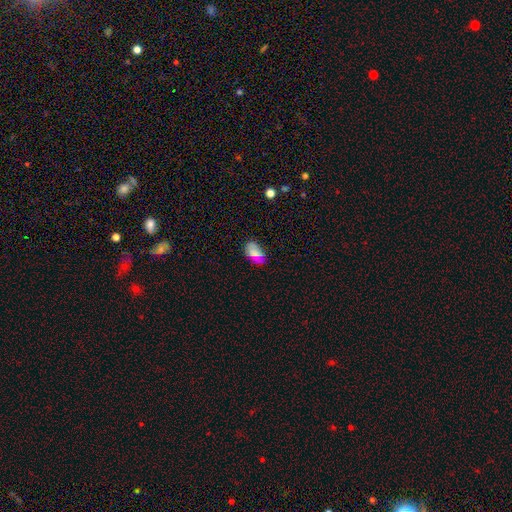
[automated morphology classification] The model was most divided on "smooth or featured": smooth: 64%, featured or disk: 19%, star or artifact: 17%. More confident: how rounded — in between (90%); merging — none (73%).